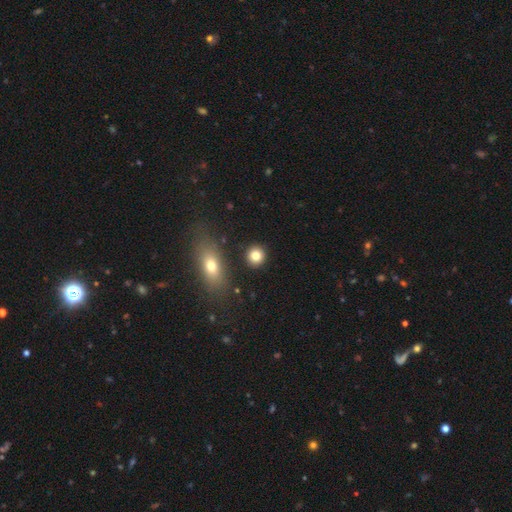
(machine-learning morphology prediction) This is clearly a smooth galaxy (82%). How rounded: clearly round (88%). Merging: clearly none (88%).